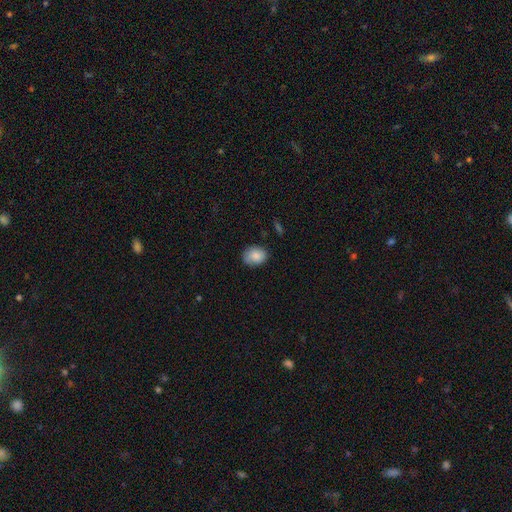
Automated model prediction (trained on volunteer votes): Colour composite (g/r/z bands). It shows a smooth galaxy with no disk features (85%) that is in between round and cigar-shaped (60%). Merging: none (77%).